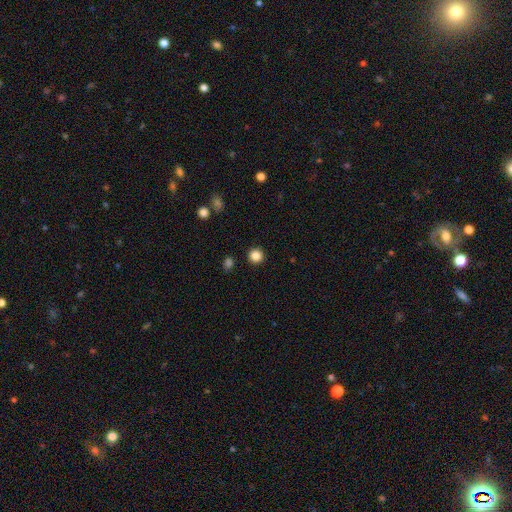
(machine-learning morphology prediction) Q: Smooth or featured?
A: smooth (85%); runner-up: star or artifact (11%)
Q: How rounded?
A: round (95%); runner-up: in between (4%)
Q: Merging?
A: none (92%); runner-up: minor disturbance (4%)